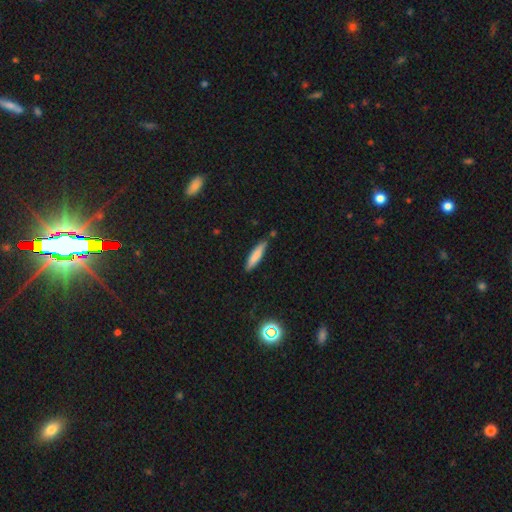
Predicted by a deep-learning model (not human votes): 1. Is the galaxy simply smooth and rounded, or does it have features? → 77% smooth, 15% featured or disk, 7% star or artifact.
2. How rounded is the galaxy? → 82% cigar-shaped, 16% in between, 1% round.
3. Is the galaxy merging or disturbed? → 82% none, 13% minor disturbance, 3% merger, 2% major disturbance.